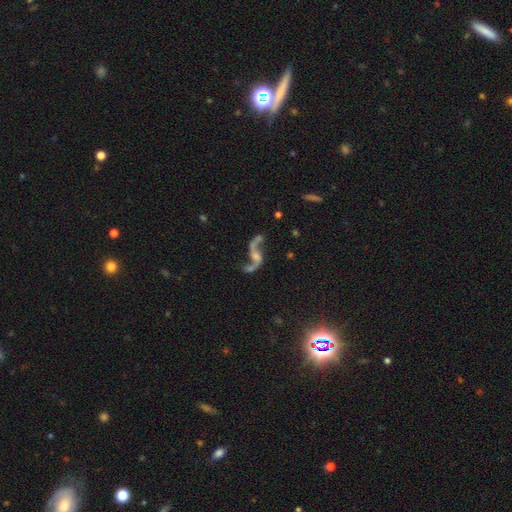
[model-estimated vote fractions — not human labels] Smooth or featured? featured or disk (83%)
Edge-on disk? no (95%)
Bar? no (56%)
Spiral arms? yes (92%)
Spiral winding? loose (92%)
Spiral arm count? 2 (91%)
Bulge size? small (36%)
Merging? none (55%)